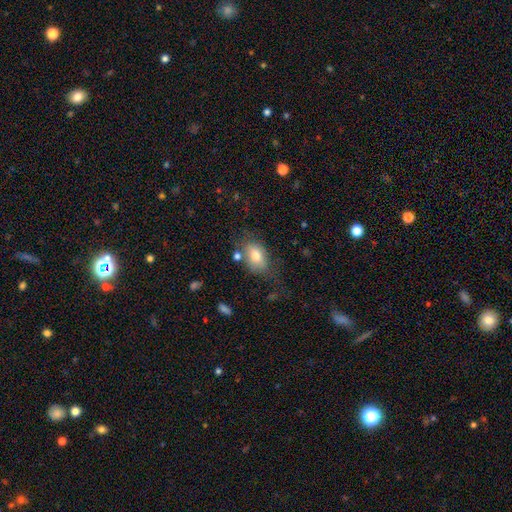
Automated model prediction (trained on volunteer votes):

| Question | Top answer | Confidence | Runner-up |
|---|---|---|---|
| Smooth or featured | smooth | 74% | featured or disk (17%) |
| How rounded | in between | 85% | round (13%) |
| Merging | none | 54% | minor disturbance (24%) |